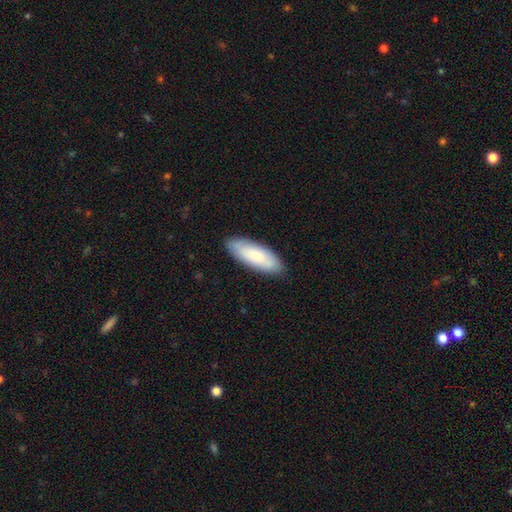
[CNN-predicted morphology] A smooth galaxy with no disk features (78%) that is in between round and cigar-shaped (68%).

Vote fractions:
- Smooth or featured? smooth: 78% / featured or disk: 16% / star or artifact: 6%
- How rounded? in between: 68% / cigar-shaped: 31% / round: 2%
- Merging? none: 87% / minor disturbance: 10% / major disturbance: 2% / merger: 1%